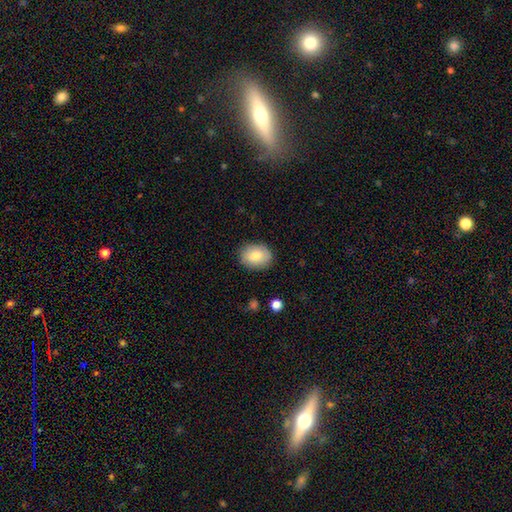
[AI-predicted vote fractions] smooth_or_featured: smooth (p=0.81) [alt: featured or disk p=0.12]
how_rounded: in between (p=0.62) [alt: round p=0.37]
merging: none (p=0.85) [alt: minor disturbance p=0.11]